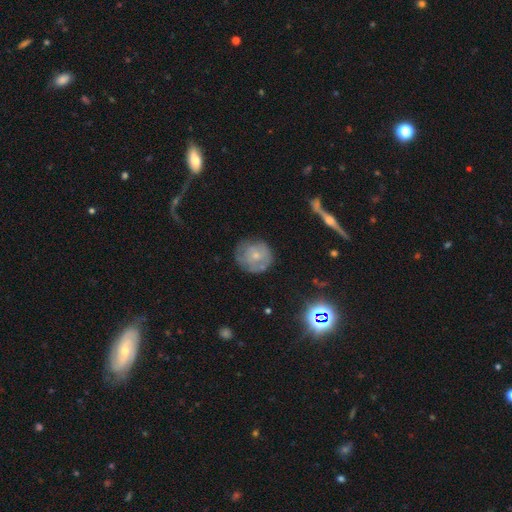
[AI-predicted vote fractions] Smooth or featured? Predicted: smooth (p=0.48). Merging? Predicted: none (p=0.63).